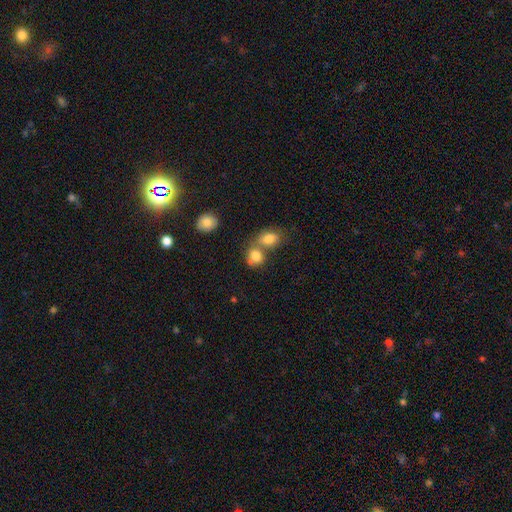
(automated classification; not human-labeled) Smooth or featured? smooth (81%)
How rounded? in between (50%)
Merging? merger (51%)